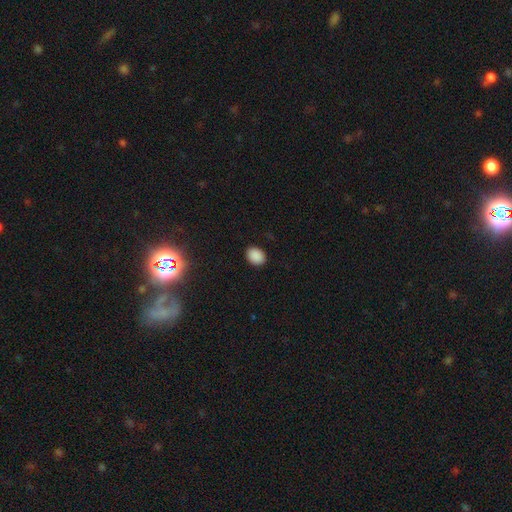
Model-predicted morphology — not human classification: This is clearly a smooth galaxy (88%). How rounded: likely in between (66%). Merging: clearly none (89%).